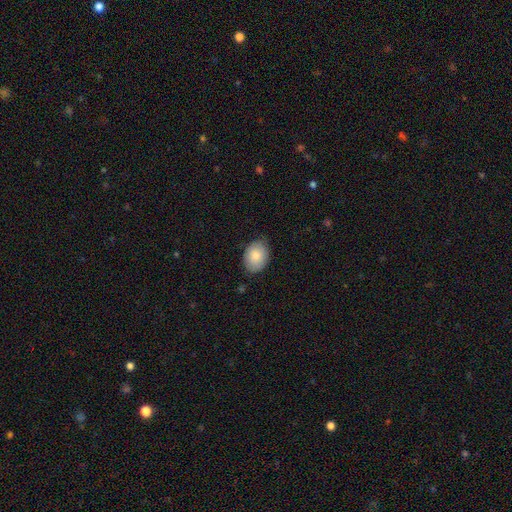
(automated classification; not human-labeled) Overall: smooth (80%). How rounded: in between (71%). Merging: none (77%).